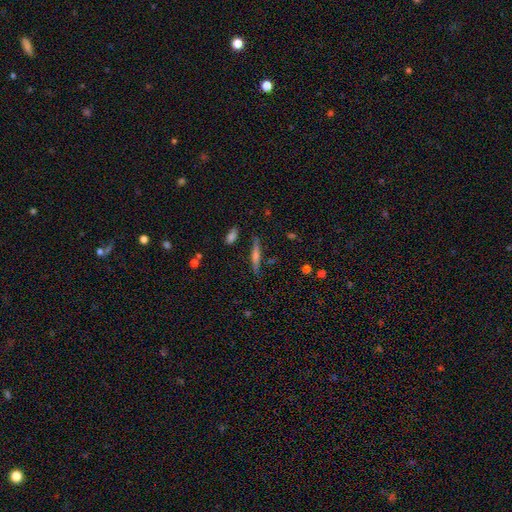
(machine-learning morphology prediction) Smooth or featured? Predicted: featured or disk (p=0.57). Edge-on disk? Predicted: yes (p=0.97). Edge-on bulge? Predicted: rounded (p=0.67). Merging? Predicted: none (p=0.86).